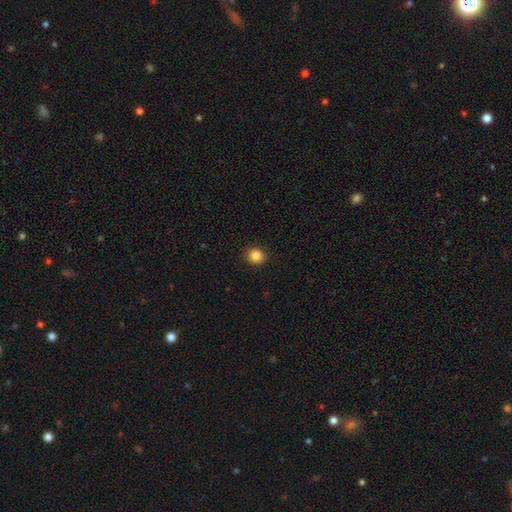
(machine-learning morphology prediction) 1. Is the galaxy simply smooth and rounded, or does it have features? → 86% smooth, 10% star or artifact, 3% featured or disk.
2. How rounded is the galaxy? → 89% round, 10% in between, 1% cigar-shaped.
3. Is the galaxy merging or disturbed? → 91% none, 6% minor disturbance, 2% major disturbance, 1% merger.